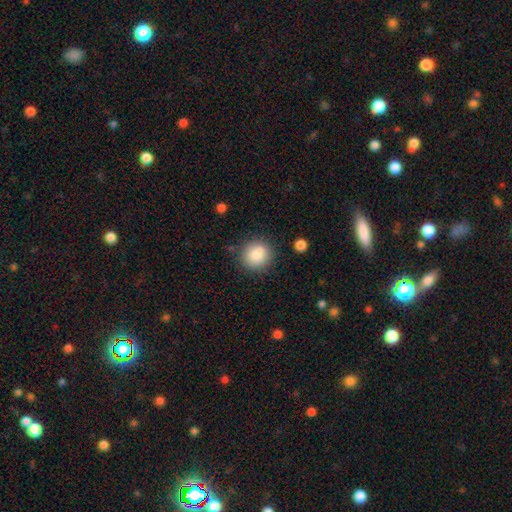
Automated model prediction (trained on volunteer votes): smooth_or_featured: smooth (p=0.85) [alt: star or artifact p=0.08]
how_rounded: round (p=0.86) [alt: in between p=0.13]
merging: none (p=0.82) [alt: minor disturbance p=0.11]